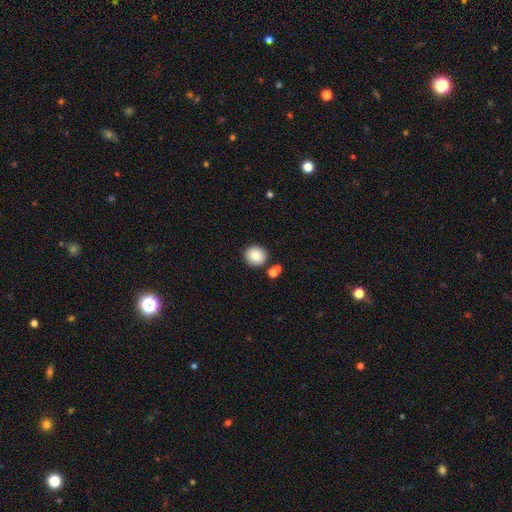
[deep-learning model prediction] Smooth or featured? smooth (83%)
How rounded? round (87%)
Merging? none (83%)